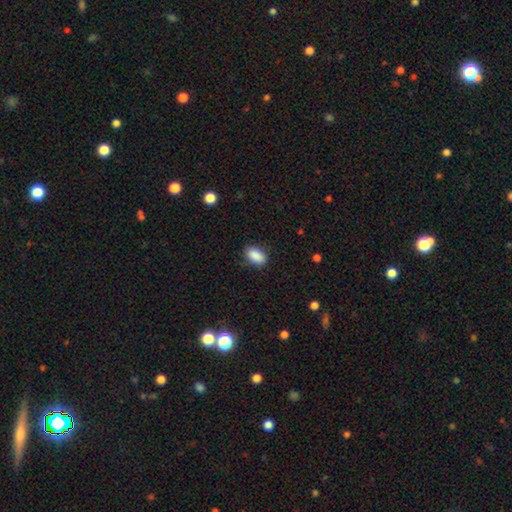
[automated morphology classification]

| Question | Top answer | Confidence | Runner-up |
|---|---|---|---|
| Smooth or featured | smooth | 89% | star or artifact (8%) |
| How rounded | in between | 91% | round (8%) |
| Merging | none | 84% | minor disturbance (12%) |